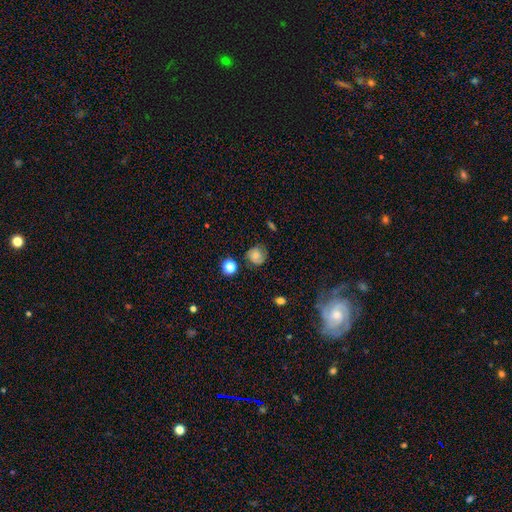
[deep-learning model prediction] The model was most divided on "smooth or featured": smooth: 56%, featured or disk: 31%, star or artifact: 12%. More confident: how rounded — round (83%); merging — none (69%).